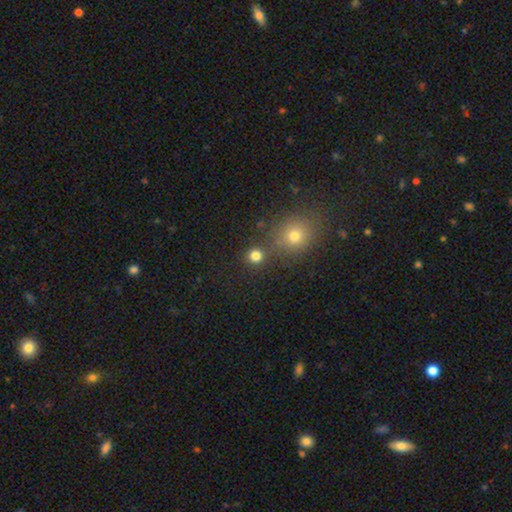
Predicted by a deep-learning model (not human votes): The model was most divided on "smooth or featured": smooth: 80%, star or artifact: 15%, featured or disk: 5%. More confident: how rounded — round (92%); merging — none (80%).